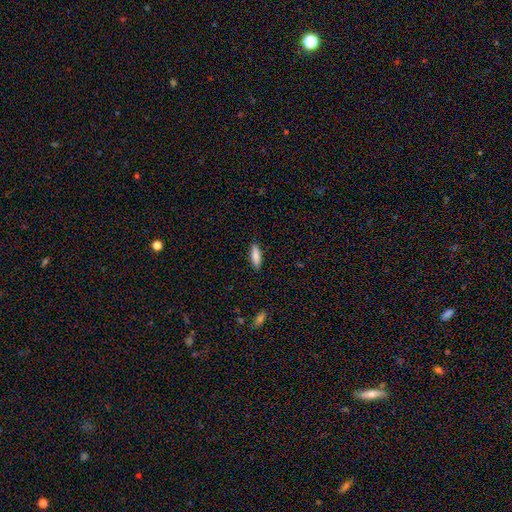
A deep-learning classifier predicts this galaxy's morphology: Smooth or featured? Predicted: smooth (p=0.86). How rounded? Predicted: in between (p=0.53). Merging? Predicted: none (p=0.90).